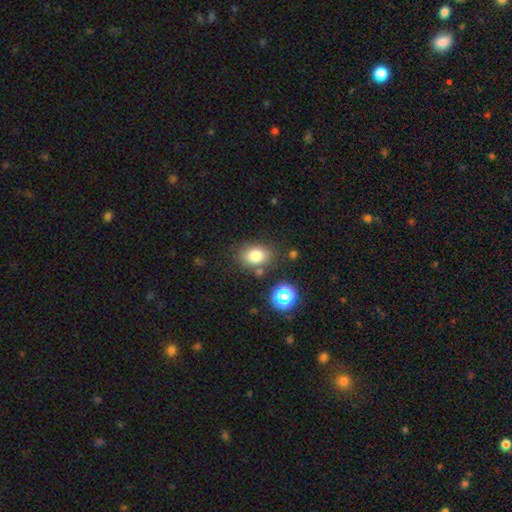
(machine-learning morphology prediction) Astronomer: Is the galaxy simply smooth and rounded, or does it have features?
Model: smooth — 80%.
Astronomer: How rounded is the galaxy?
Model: in between — 69%.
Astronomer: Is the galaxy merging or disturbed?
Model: none — 75%.